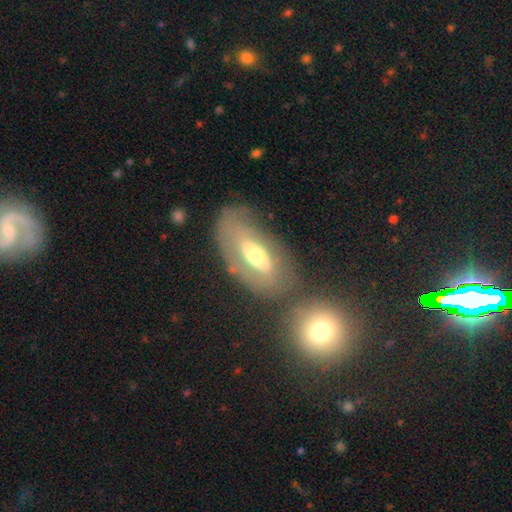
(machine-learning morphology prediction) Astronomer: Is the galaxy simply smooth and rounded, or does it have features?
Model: featured or disk — 53% (runner-up: smooth, 40%).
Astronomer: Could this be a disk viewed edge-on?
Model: no — 82%.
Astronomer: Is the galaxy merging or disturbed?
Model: none — 49%.